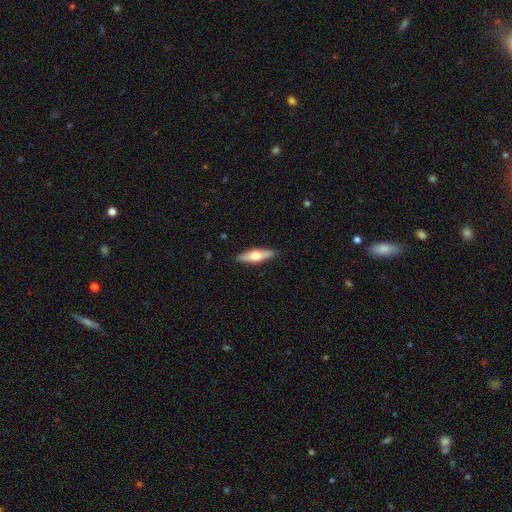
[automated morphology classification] The model was most divided on "smooth or featured": featured or disk: 49%, smooth: 46%, star or artifact: 5%. More confident: merging — none (89%).